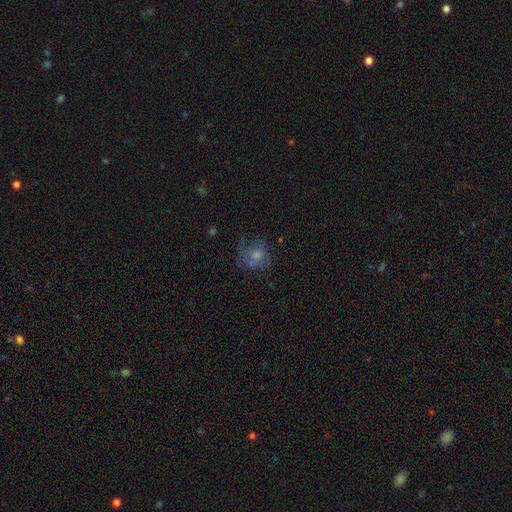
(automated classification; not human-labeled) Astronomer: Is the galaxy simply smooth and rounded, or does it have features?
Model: smooth — 59%.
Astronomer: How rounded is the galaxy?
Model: round — 75%.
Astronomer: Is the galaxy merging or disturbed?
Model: none — 51%.